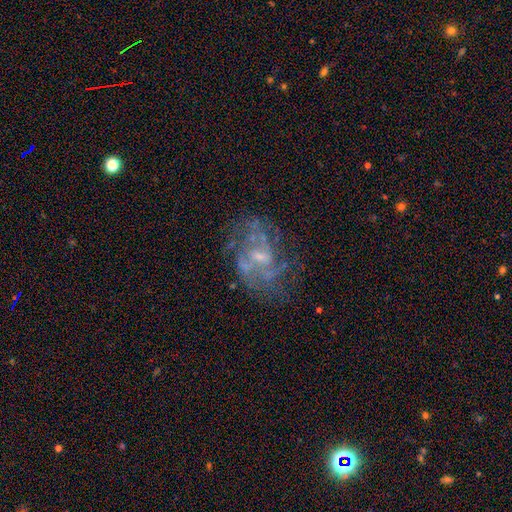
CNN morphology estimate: Smooth or featured? featured or disk (69%)
Edge-on disk? no (97%)
Bar? no (49%)
Spiral arms? yes (78%)
Spiral winding? medium (43%)
Spiral arm count? can't tell (41%)
Bulge size? small (52%)
Merging? none (68%)